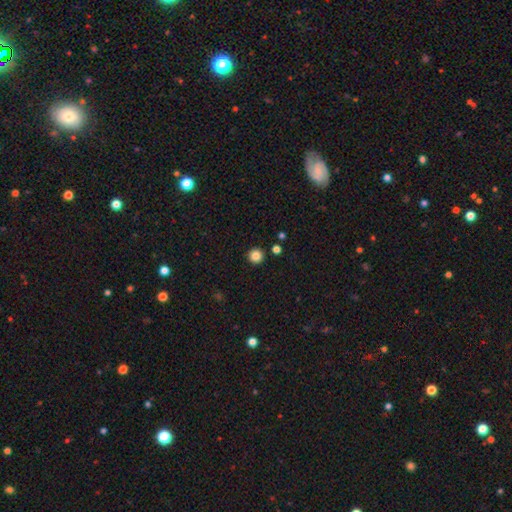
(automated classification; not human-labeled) Smooth or featured? smooth (85%)
How rounded? round (96%)
Merging? none (92%)